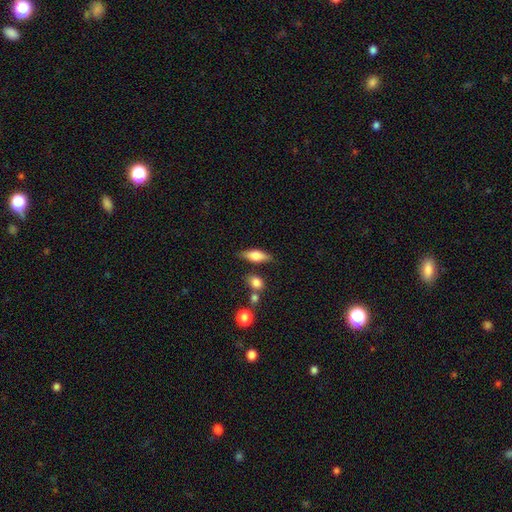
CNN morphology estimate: A smooth galaxy with no disk features (65%) that is in between round and cigar-shaped (64%).

Vote fractions:
- Smooth or featured? smooth: 65% / featured or disk: 28% / star or artifact: 7%
- How rounded? in between: 64% / cigar-shaped: 32% / round: 4%
- Merging? none: 73% / minor disturbance: 15% / merger: 7% / major disturbance: 4%